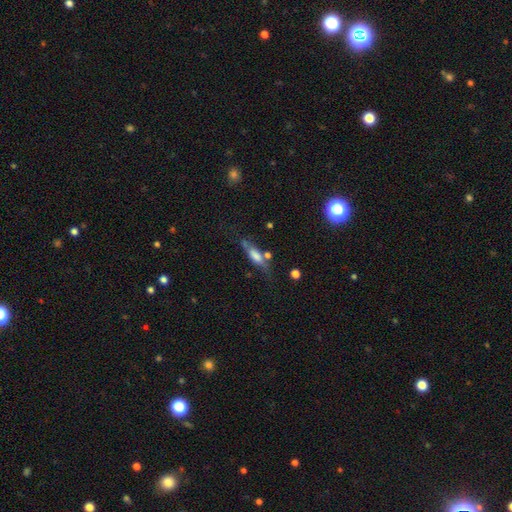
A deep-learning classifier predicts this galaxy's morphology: smooth_or_featured: smooth (p=0.54) [alt: featured or disk p=0.37]
how_rounded: cigar-shaped (p=0.58) [alt: in between p=0.39]
merging: none (p=0.59) [alt: minor disturbance p=0.22]